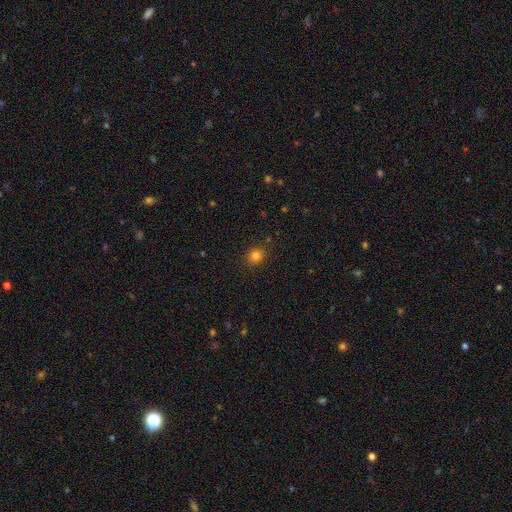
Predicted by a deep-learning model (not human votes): Smooth or featured?
  - smooth: 81% *
  - star or artifact: 14%
  - featured or disk: 5%
How rounded?
  - round: 81% *
  - in between: 18%
  - cigar-shaped: 1%
Merging?
  - none: 88% *
  - minor disturbance: 8%
  - major disturbance: 2%
  - merger: 1%